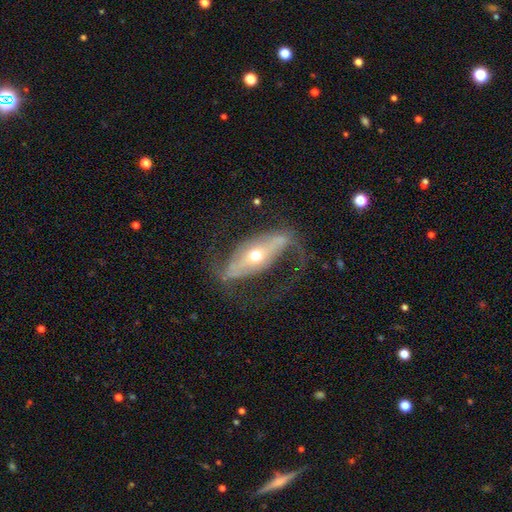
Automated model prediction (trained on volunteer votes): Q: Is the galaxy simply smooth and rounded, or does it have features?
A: featured or disk — 73%.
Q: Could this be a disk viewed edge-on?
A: no — 80%.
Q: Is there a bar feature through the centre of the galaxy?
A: no — 43%.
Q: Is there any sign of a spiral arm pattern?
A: yes — 66%.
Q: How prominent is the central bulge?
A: moderate — 68%.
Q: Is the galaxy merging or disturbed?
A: none — 47%.